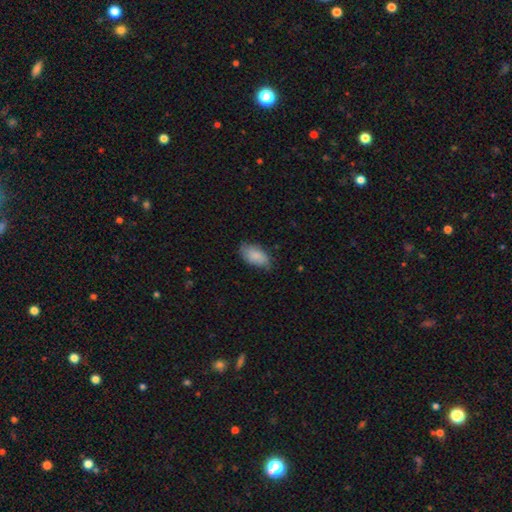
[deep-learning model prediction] The model was most divided on "merging": none: 66%, minor disturbance: 27%, major disturbance: 5%, merger: 1%. More confident: how rounded — in between (94%); smooth or featured — smooth (82%).